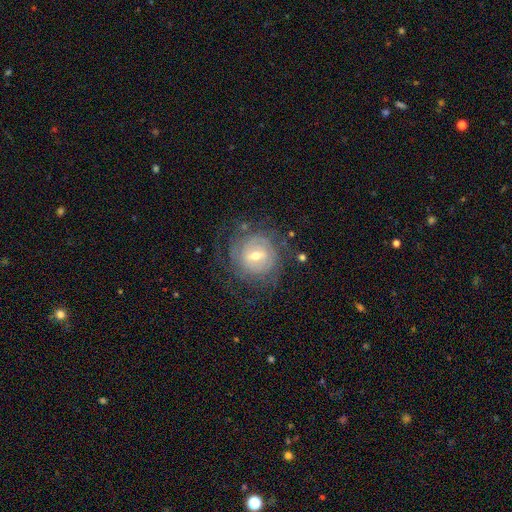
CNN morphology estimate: featured or disk 76%, smooth 16%, star or artifact 8%. Down the decision tree: edge-on disk — no (96%); bar — weak (56%); spiral arms — yes (84%); spiral arm count — can't tell (53%); spiral winding — tight (73%); bulge size — moderate (54%); merging — none (72%).